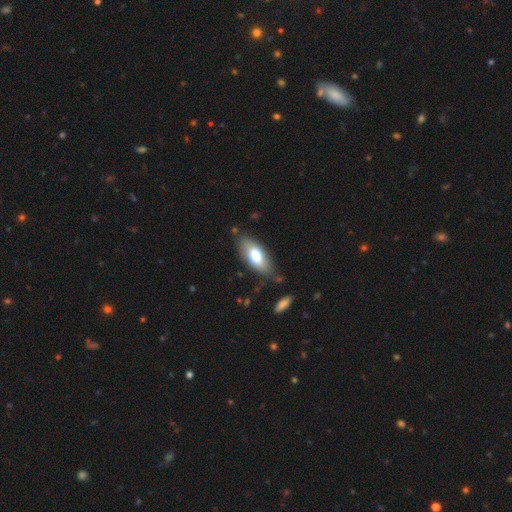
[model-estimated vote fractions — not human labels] This appears to be a smooth galaxy with no disk features (72%) that is in between round and cigar-shaped (83%). Merging: none (79%).